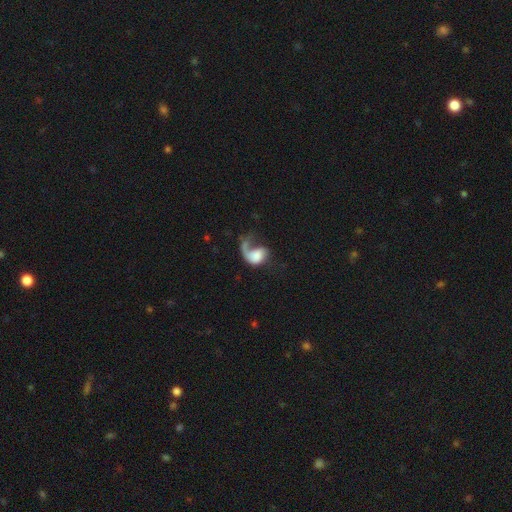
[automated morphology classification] A featured or disk galaxy (52%) with no bar (74%), spiral arms (79%) and a large central bulge (27%).

Vote fractions:
- Smooth or featured? featured or disk: 52% / smooth: 40% / star or artifact: 8%
- Edge-on disk? no: 97% / yes: 3%
- Bar? no: 74% / weak: 21% / strong: 5%
- Spiral arms? yes: 79% / no: 21%
- Bulge size? large: 27% / none: 22% / moderate: 22% / small: 17% / dominant: 12%
- Merging? major disturbance: 54% / none: 24% / minor disturbance: 14% / merger: 8%